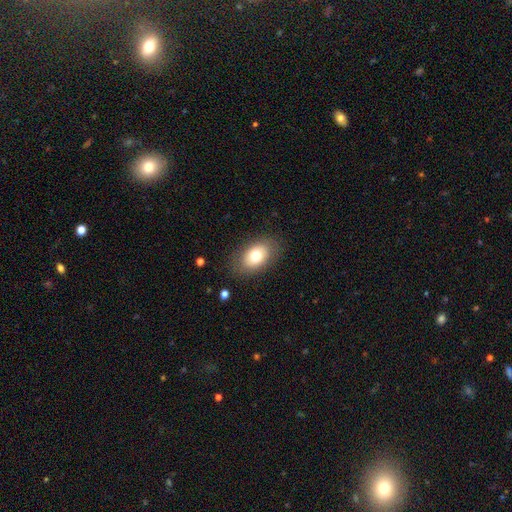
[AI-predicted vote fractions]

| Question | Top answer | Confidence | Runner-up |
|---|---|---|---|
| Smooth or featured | smooth | 73% | featured or disk (19%) |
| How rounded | in between | 87% | round (12%) |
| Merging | none | 83% | minor disturbance (12%) |